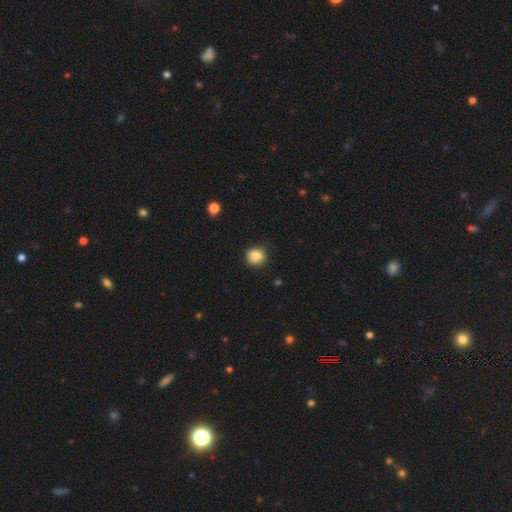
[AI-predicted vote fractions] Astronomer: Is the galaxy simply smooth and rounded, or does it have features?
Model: smooth — 85%.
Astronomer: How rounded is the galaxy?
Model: round — 87%.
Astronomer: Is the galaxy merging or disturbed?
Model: none — 87%.